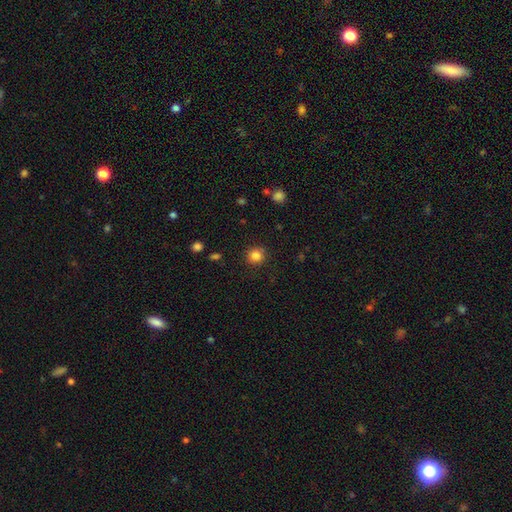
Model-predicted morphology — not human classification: smooth 85%, star or artifact 11%, featured or disk 4%. Down the decision tree: how rounded — round (90%); merging — none (89%).